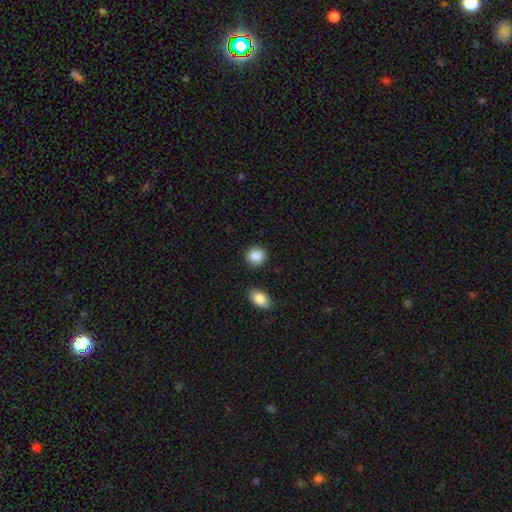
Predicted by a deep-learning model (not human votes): Smooth or featured? smooth (89%)
How rounded? round (85%)
Merging? none (86%)